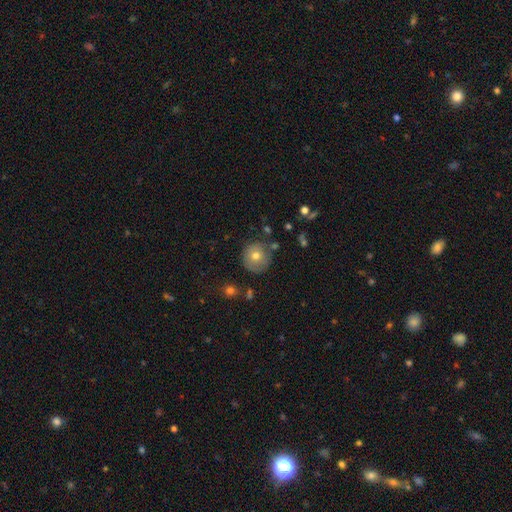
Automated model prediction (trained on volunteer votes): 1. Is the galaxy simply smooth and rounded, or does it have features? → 67% smooth, 23% featured or disk, 10% star or artifact.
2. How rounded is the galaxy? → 94% round, 5% in between, 1% cigar-shaped.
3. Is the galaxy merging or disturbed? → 76% none, 16% minor disturbance, 5% major disturbance, 4% merger.